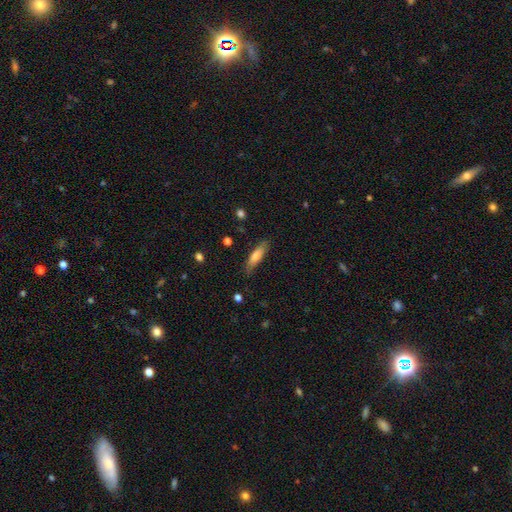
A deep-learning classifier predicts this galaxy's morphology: Smooth or featured?
  - smooth: 73% *
  - featured or disk: 20%
  - star or artifact: 6%
How rounded?
  - cigar-shaped: 65% *
  - in between: 34%
  - round: 2%
Merging?
  - none: 79% *
  - minor disturbance: 16%
  - major disturbance: 3%
  - merger: 1%